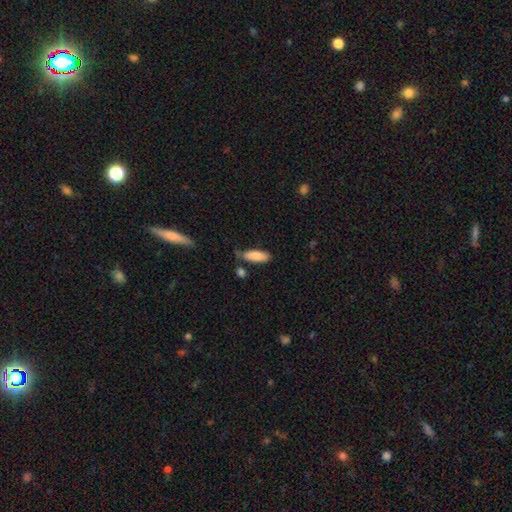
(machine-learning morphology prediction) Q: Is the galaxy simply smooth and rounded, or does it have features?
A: smooth — 86%.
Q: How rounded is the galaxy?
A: in between — 61%.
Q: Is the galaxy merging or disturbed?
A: none — 68%.